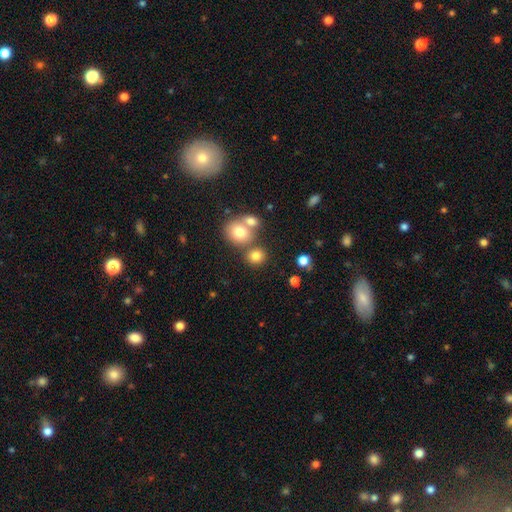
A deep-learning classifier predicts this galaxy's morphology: Smooth or featured? Predicted: smooth (p=0.79). How rounded? Predicted: round (p=0.78). Merging? Predicted: none (p=0.58).